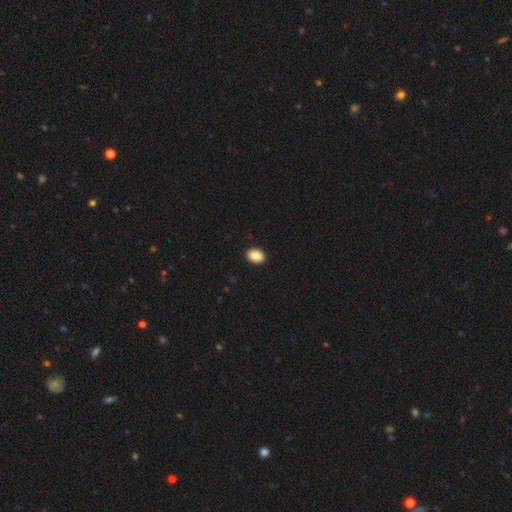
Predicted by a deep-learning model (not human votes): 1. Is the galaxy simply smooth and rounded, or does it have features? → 90% smooth, 7% star or artifact, 3% featured or disk.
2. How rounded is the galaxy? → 84% in between, 15% round, 1% cigar-shaped.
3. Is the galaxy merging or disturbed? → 92% none, 6% minor disturbance, 1% major disturbance, 1% merger.